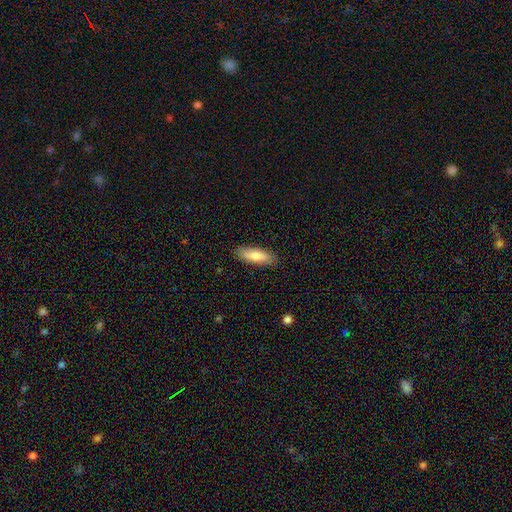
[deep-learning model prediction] Smooth or featured?
  - smooth: 80% *
  - featured or disk: 14%
  - star or artifact: 6%
How rounded?
  - in between: 52% *
  - cigar-shaped: 46%
  - round: 2%
Merging?
  - none: 88% *
  - minor disturbance: 9%
  - major disturbance: 2%
  - merger: 1%